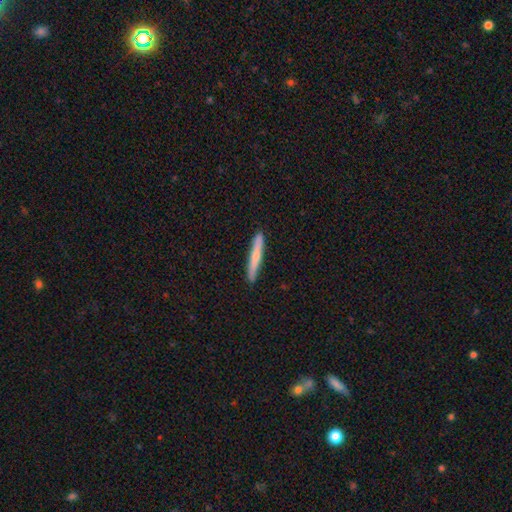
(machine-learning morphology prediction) smooth_or_featured: smooth (p=0.59) [alt: featured or disk p=0.36]
how_rounded: cigar-shaped (p=0.95) [alt: in between p=0.04]
merging: none (p=0.90) [alt: minor disturbance p=0.08]